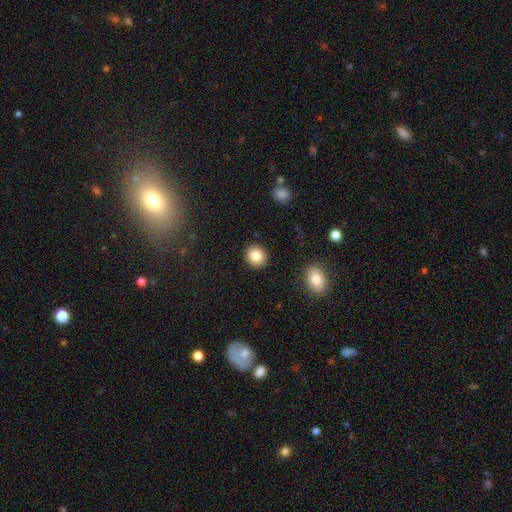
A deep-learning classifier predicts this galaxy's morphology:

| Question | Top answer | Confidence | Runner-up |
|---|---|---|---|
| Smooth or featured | smooth | 83% | star or artifact (9%) |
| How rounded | round | 84% | in between (15%) |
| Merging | none | 91% | minor disturbance (6%) |